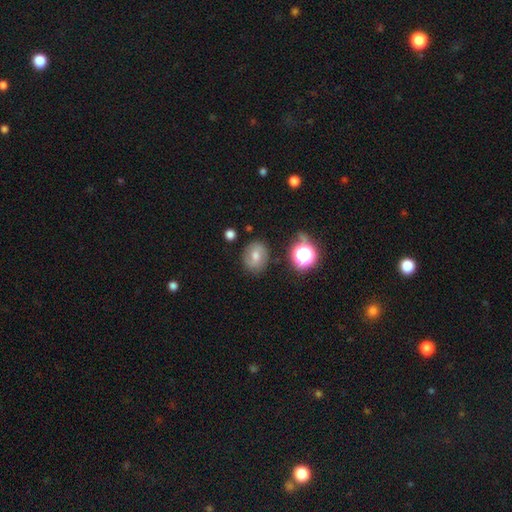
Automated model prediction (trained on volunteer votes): smooth_or_featured: smooth (p=0.50) [alt: featured or disk p=0.37]
merging: none (p=0.78) [alt: minor disturbance p=0.15]